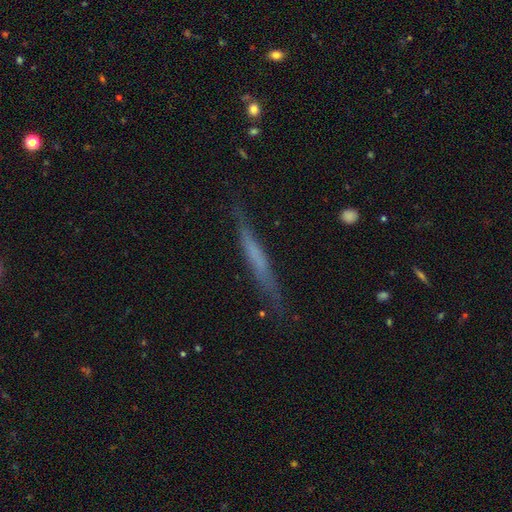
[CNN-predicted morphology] Smooth or featured? Predicted: featured or disk (p=0.47). Merging? Predicted: none (p=0.78).